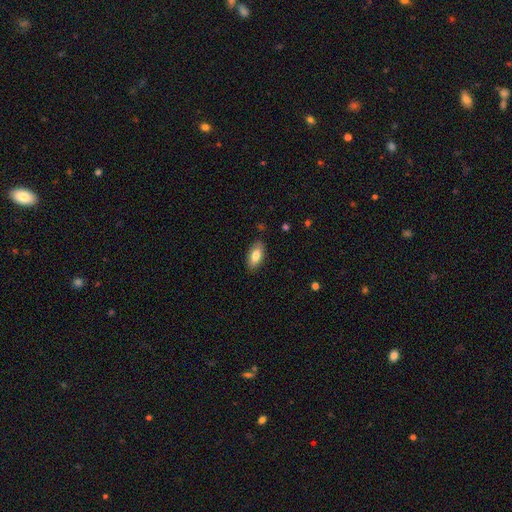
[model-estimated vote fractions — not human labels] This is clearly a smooth galaxy (80%). How rounded: clearly in between (89%). Merging: clearly none (86%).